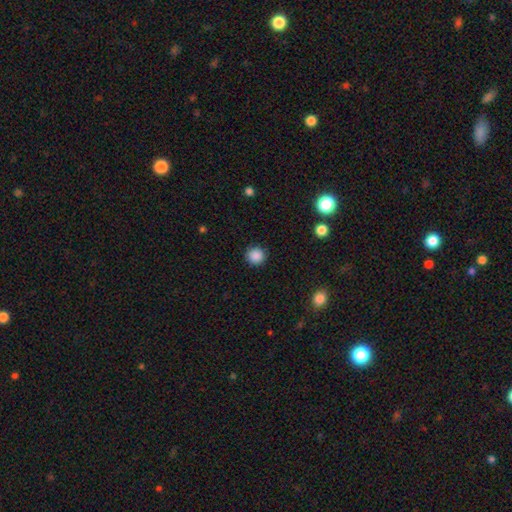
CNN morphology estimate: This is clearly a smooth galaxy (88%). How rounded: clearly round (94%). Merging: clearly none (91%).